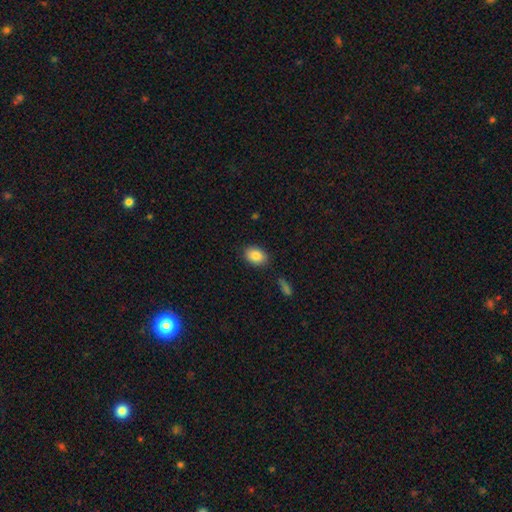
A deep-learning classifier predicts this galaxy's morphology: Smooth or featured: smooth — 86% (star or artifact — 8%)
How rounded: in between — 79% (round — 20%)
Merging: none — 85% (minor disturbance — 10%)